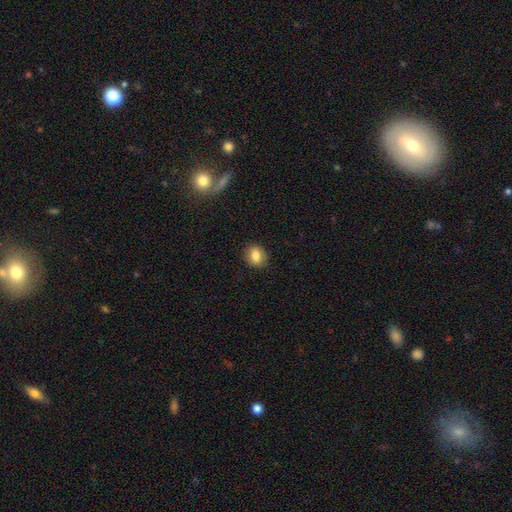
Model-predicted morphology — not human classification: smooth-or-featured: smooth: 83% | star or artifact: 9% | featured or disk: 8%
  how-rounded: in between: 51% | round: 48% | cigar-shaped: 1%
  merging: none: 87% | minor disturbance: 10% | major disturbance: 3% | merger: 1%